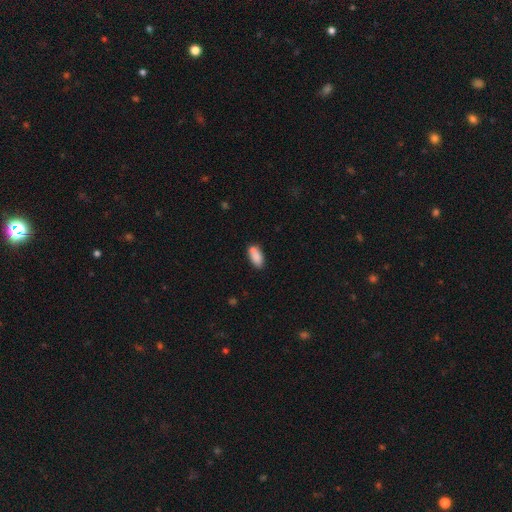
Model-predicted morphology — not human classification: A smooth galaxy with no disk features (83%) that is in between round and cigar-shaped (86%). Merging: none (63%).